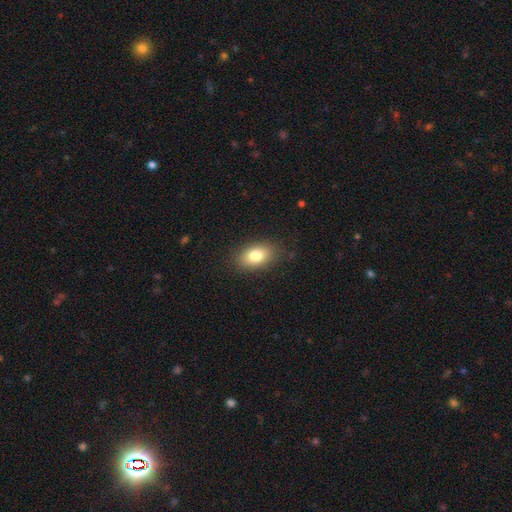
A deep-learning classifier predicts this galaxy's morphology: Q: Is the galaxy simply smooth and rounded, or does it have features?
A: smooth — 81%.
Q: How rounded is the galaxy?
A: in between — 87%.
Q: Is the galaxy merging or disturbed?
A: none — 85%.